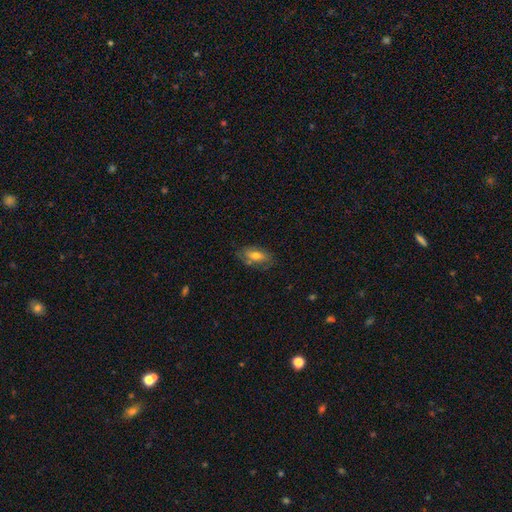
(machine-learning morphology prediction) Smooth or featured? Predicted: smooth (p=0.62). How rounded? Predicted: in between (p=0.85). Merging? Predicted: none (p=0.68).